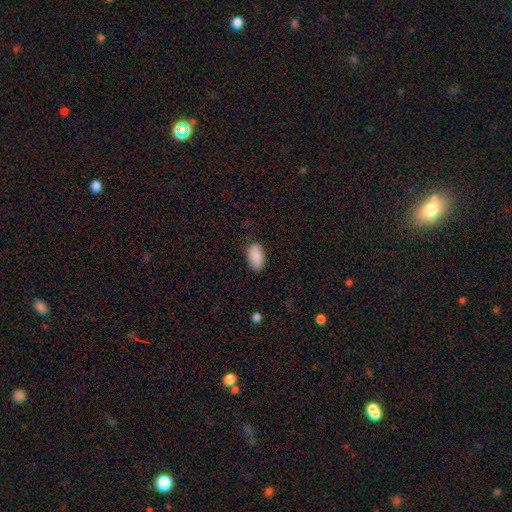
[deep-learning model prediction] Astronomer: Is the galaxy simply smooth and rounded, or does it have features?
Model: smooth — 87%.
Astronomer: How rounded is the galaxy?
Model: in between — 94%.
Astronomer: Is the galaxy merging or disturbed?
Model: none — 82%.